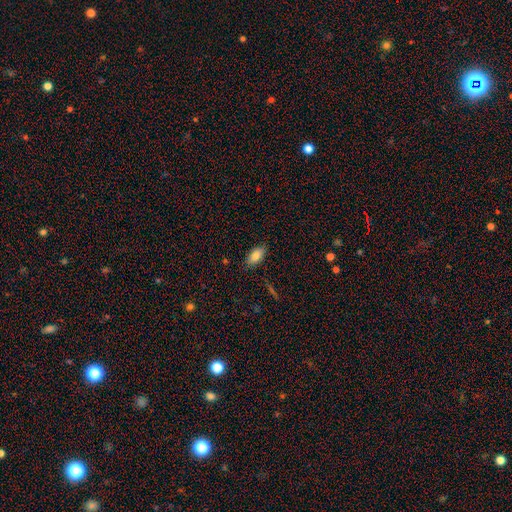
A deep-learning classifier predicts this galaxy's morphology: Smooth or featured? Predicted: smooth (p=0.83). How rounded? Predicted: in between (p=0.91). Merging? Predicted: none (p=0.83).